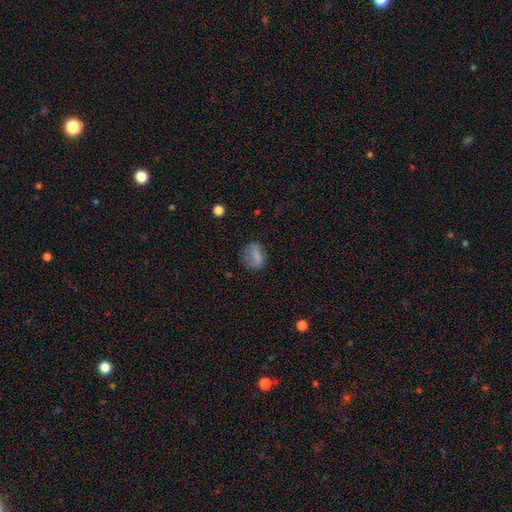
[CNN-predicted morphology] This is likely a smooth galaxy (74%). How rounded: possibly in between (54%). Merging: likely none (66%).